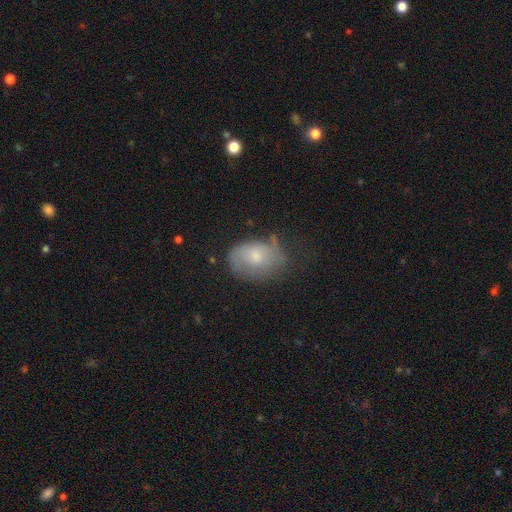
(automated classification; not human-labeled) The model was most divided on "merging": none: 47%, minor disturbance: 33%, major disturbance: 17%, merger: 3%. More confident: how rounded — in between (79%); smooth or featured — smooth (55%).